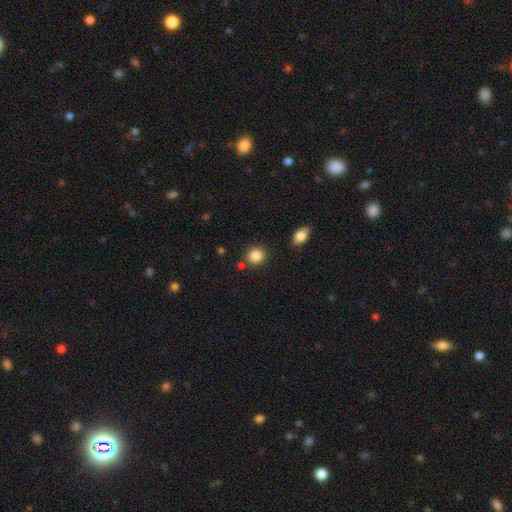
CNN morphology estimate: smooth 86%, star or artifact 10%, featured or disk 5%. Down the decision tree: how rounded — round (85%); merging — none (81%).